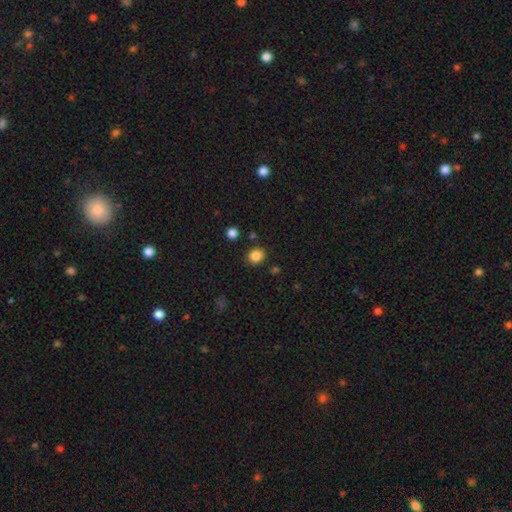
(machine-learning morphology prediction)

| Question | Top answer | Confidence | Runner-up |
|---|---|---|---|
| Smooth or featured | smooth | 85% | star or artifact (11%) |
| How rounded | round | 81% | in between (19%) |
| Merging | none | 87% | minor disturbance (8%) |